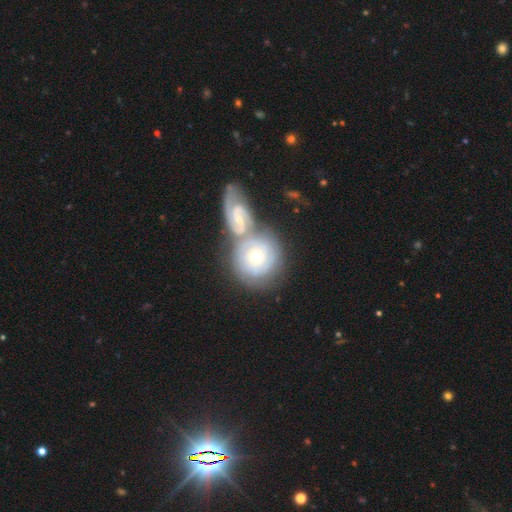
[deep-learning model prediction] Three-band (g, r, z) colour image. It shows a featured or disk galaxy (68%) with no bar (73%), 2 (35%) tight (71%) spiral arms (89%) and a moderate central bulge (58%). Merging: merger (47%).